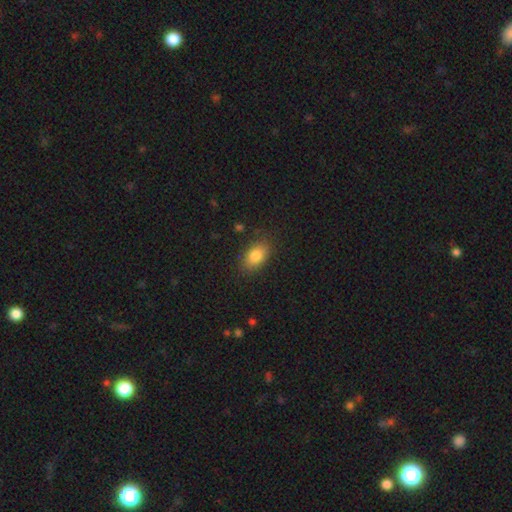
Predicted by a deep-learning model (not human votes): This appears to be a smooth galaxy with no disk features (84%) that is in between round and cigar-shaped (88%). Merging: none (83%).